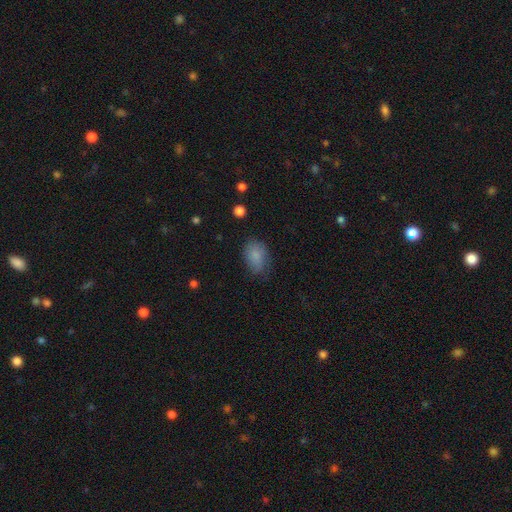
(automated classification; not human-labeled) smooth_or_featured: smooth (p=0.82) [alt: star or artifact p=0.09]
how_rounded: in between (p=0.83) [alt: round p=0.15]
merging: none (p=0.62) [alt: minor disturbance p=0.28]